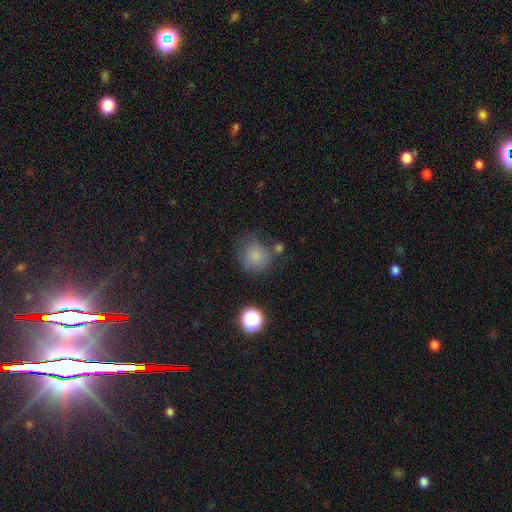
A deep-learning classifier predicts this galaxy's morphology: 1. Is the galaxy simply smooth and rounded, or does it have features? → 80% smooth, 12% star or artifact, 8% featured or disk.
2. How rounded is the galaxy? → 84% round, 15% in between, 1% cigar-shaped.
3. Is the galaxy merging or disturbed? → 61% none, 21% minor disturbance, 9% major disturbance, 8% merger.